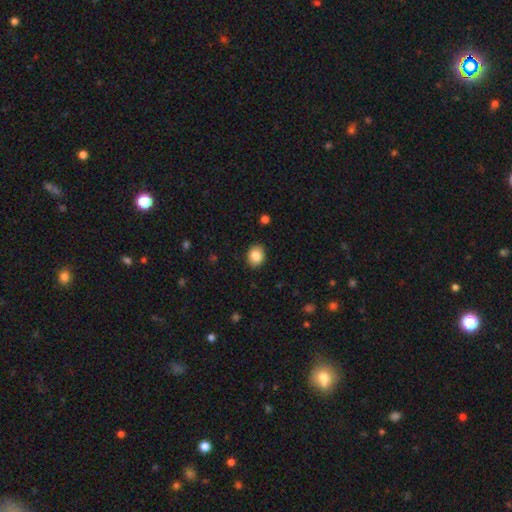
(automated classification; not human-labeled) Morphology: type=smooth (86%); roundness=round (58%); merging=none (89%).